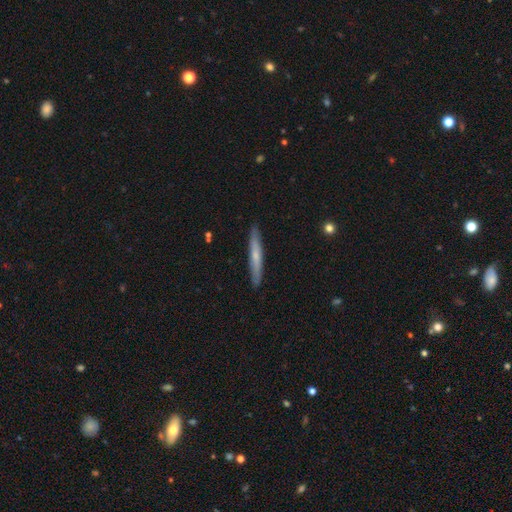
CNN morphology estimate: smooth 50%, featured or disk 44%, star or artifact 6%. Down the decision tree: how rounded — cigar-shaped (95%); merging — none (90%).